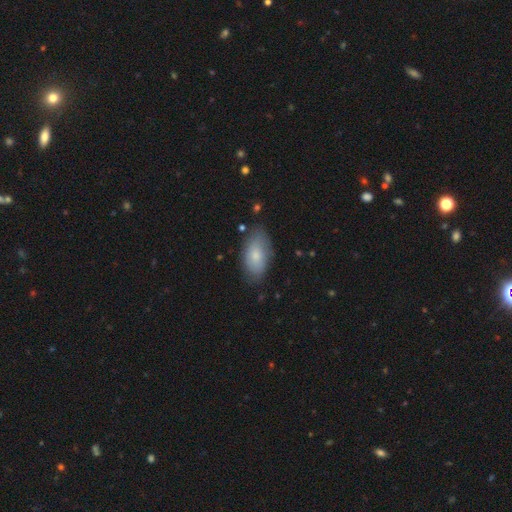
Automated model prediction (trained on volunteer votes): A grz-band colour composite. It shows a smooth galaxy with no disk features (74%) that is in between round and cigar-shaped (93%). Merging: none (74%).